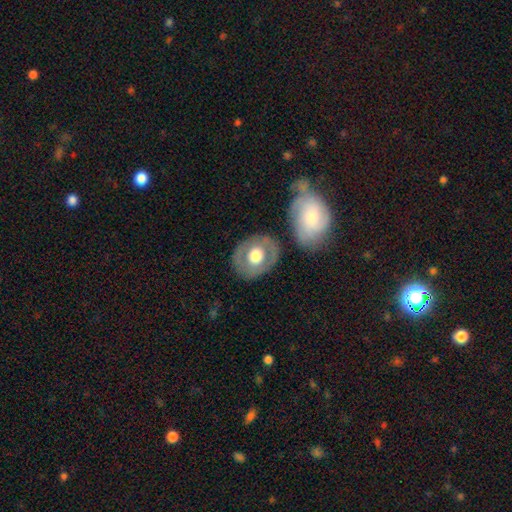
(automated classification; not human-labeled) Morphology: type=smooth (50%); merging=none (79%).